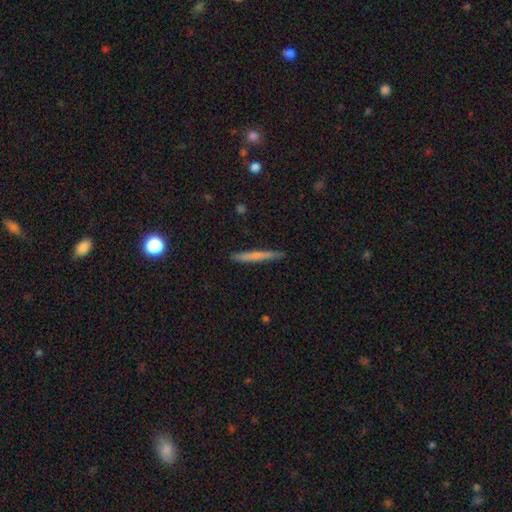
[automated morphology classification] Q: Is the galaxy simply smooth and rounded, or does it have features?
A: smooth — 62%.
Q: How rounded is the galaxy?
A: cigar-shaped — 96%.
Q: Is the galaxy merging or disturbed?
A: none — 88%.